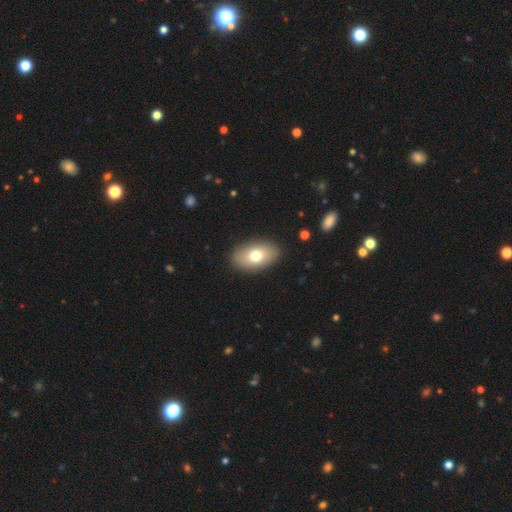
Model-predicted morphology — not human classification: type=smooth (74%); roundness=in between (92%); merging=none (89%).